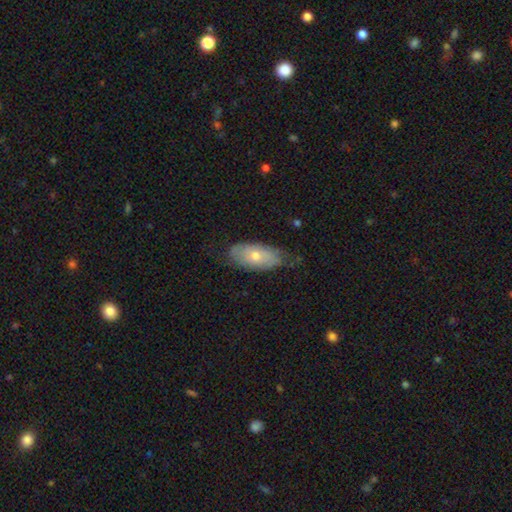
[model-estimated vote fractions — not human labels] Overall: smooth (58%; featured or disk 36%). How rounded: in between (88%). Merging: none (66%; minor disturbance 27%).